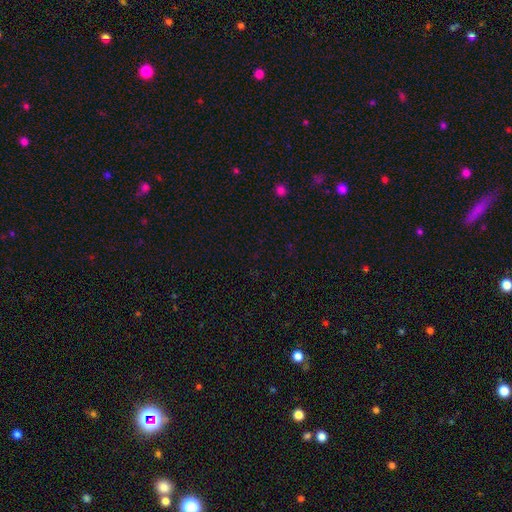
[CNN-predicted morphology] Smooth or featured?
  - star or artifact: 70% *
  - smooth: 23%
  - featured or disk: 7%